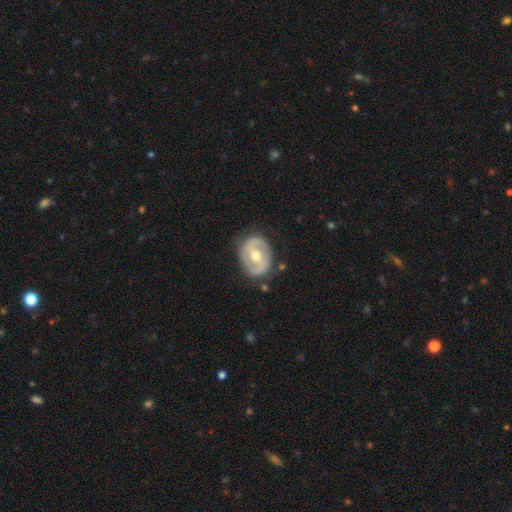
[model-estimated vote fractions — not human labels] Overall: featured or disk (76%). Edge-on disk: no (96%). Bar: weak (41%; no 30%). Spiral arms: yes (72%). Spiral arm count: 2 (84%). Spiral winding: medium (42%; tight 38%). Bulge size: moderate (74%). Merging: none (80%).